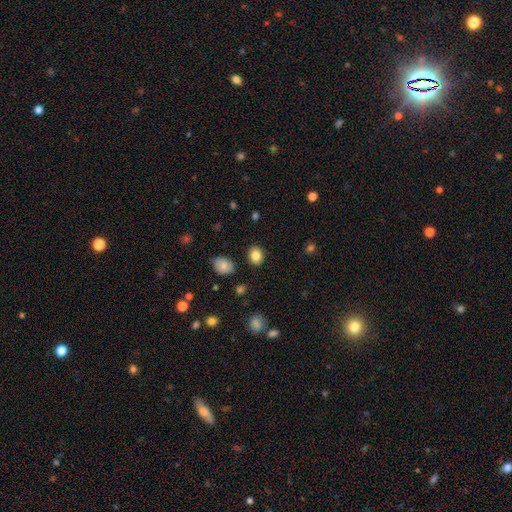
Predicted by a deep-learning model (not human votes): Smooth or featured? Predicted: smooth (p=0.84). How rounded? Predicted: round (p=0.58). Merging? Predicted: none (p=0.88).